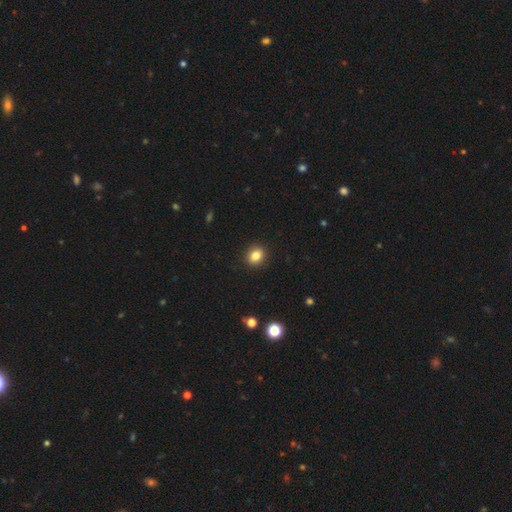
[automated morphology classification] Q: Smooth or featured?
A: smooth (84%); runner-up: star or artifact (10%)
Q: How rounded?
A: round (67%); runner-up: in between (32%)
Q: Merging?
A: none (92%); runner-up: minor disturbance (6%)